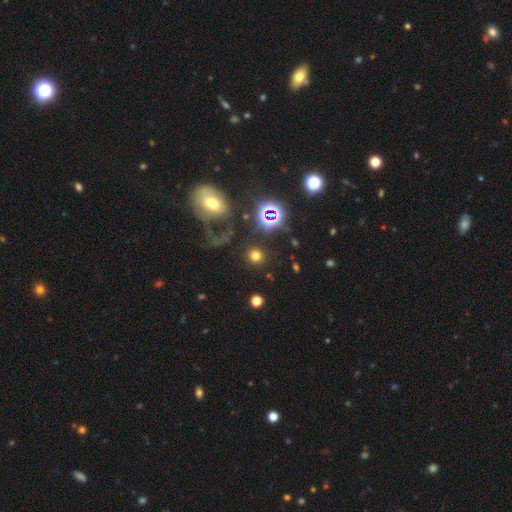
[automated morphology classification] type=smooth (69%); roundness=round (92%); merging=none (86%).